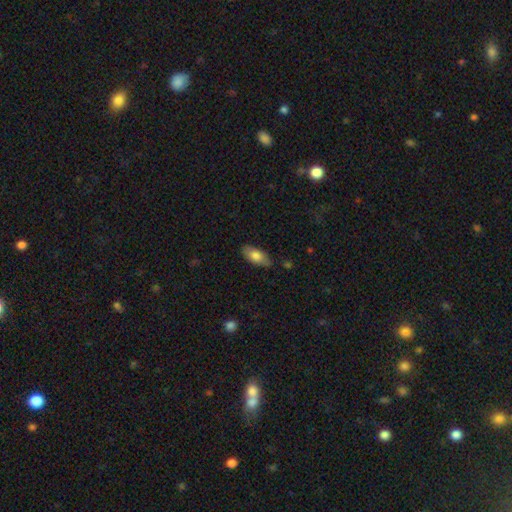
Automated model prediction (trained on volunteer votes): Overall: smooth (76%). How rounded: in between (87%). Merging: none (80%).